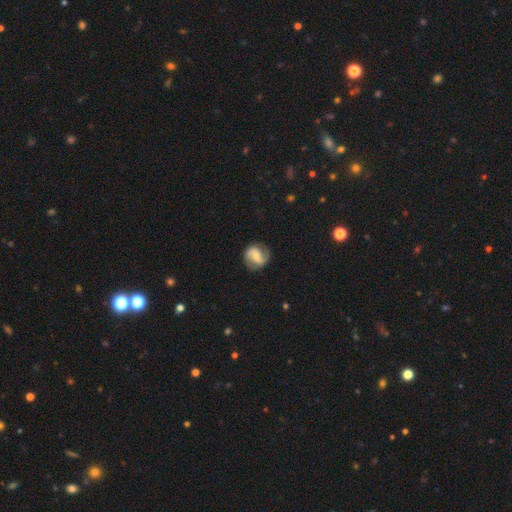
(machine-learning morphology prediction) This appears to be a featured or disk galaxy (75%) with a weak bar (45%), 2 (89%) medium (48%) spiral arms (94%) and a small central bulge (50%). Merging: none (81%).